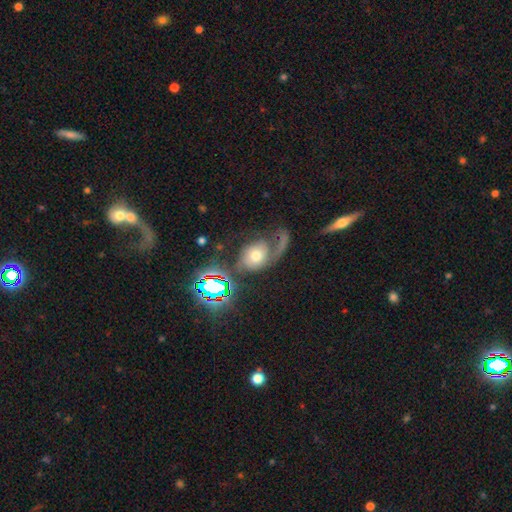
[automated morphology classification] Smooth or featured? featured or disk (55%)
Edge-on disk? no (95%)
Bar? no (80%)
Spiral arms? yes (79%)
Bulge size? moderate (59%)
Merging? major disturbance (44%)